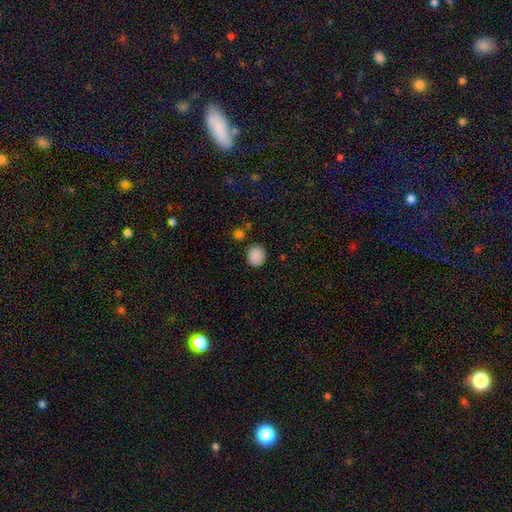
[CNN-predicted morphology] Smooth or featured? Predicted: smooth (p=0.88). How rounded? Predicted: round (p=0.71). Merging? Predicted: none (p=0.83).